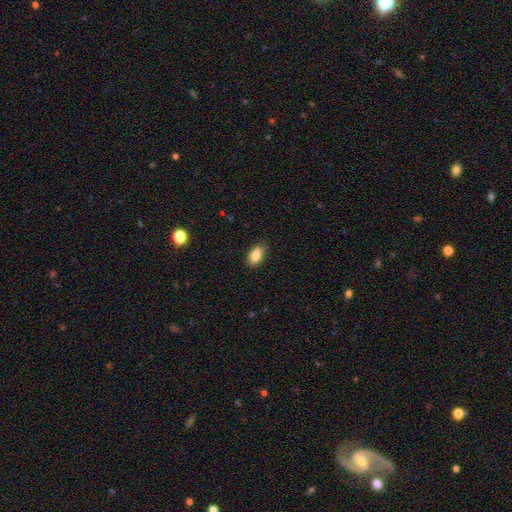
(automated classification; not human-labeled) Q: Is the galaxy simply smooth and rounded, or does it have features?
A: smooth — 84%.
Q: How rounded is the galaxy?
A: in between — 90%.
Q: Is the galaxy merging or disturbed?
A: none — 85%.